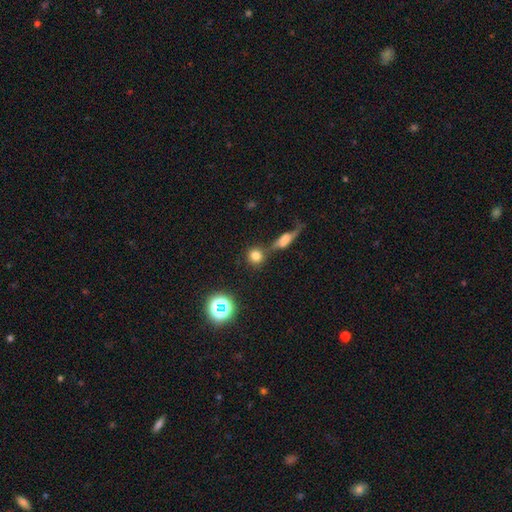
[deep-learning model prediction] Smooth or featured? Predicted: smooth (p=0.74). How rounded? Predicted: round (p=0.89). Merging? Predicted: none (p=0.66).